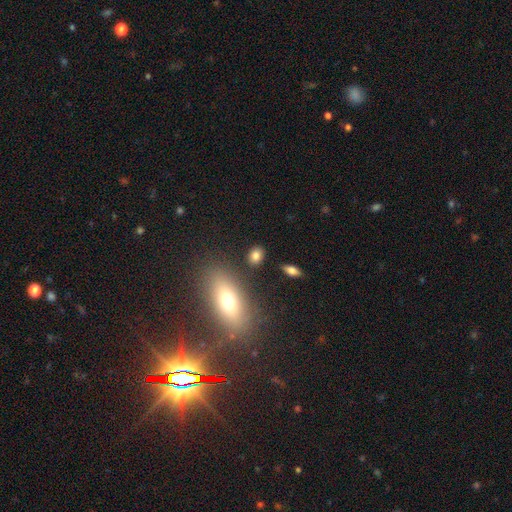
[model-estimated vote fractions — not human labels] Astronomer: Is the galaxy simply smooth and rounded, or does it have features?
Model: smooth — 81%.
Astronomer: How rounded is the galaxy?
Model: in between — 52% (runner-up: round, 45%).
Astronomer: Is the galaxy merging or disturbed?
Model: none — 84%.